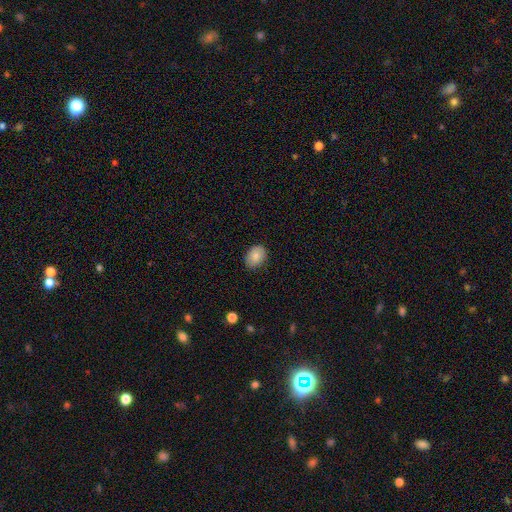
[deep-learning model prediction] smooth 86%, star or artifact 7%, featured or disk 7%. Down the decision tree: how rounded — in between (75%); merging — none (83%).